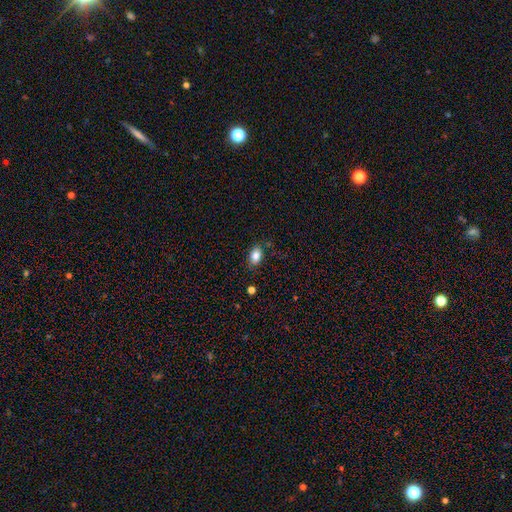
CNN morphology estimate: This is clearly a smooth galaxy (84%). How rounded: clearly in between (86%). Merging: clearly none (81%).